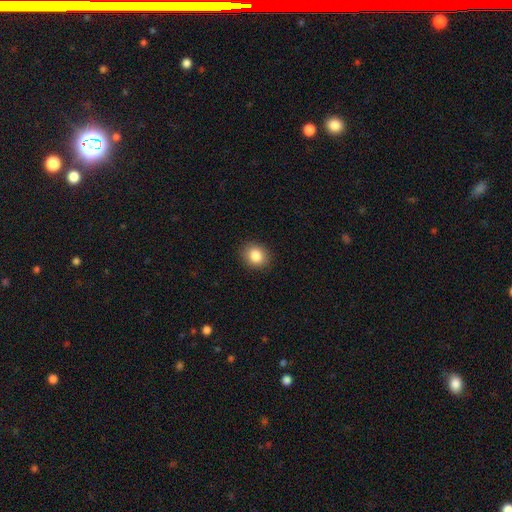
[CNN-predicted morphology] This is clearly a smooth galaxy (85%). How rounded: likely round (70%). Merging: clearly none (90%).